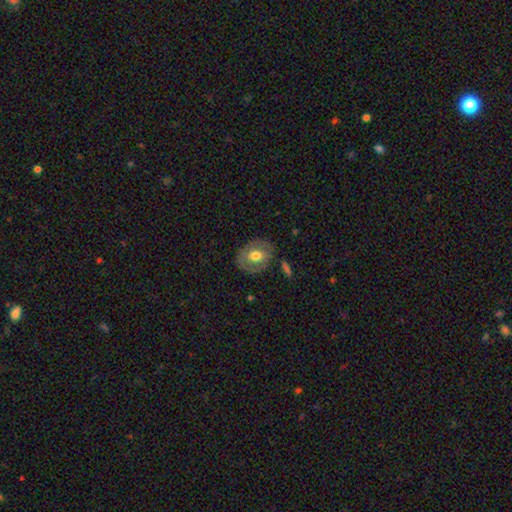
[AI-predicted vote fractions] Smooth or featured: smooth — 54% (featured or disk — 40%)
How rounded: in between — 53% (round — 46%)
Merging: none — 80% (minor disturbance — 14%)